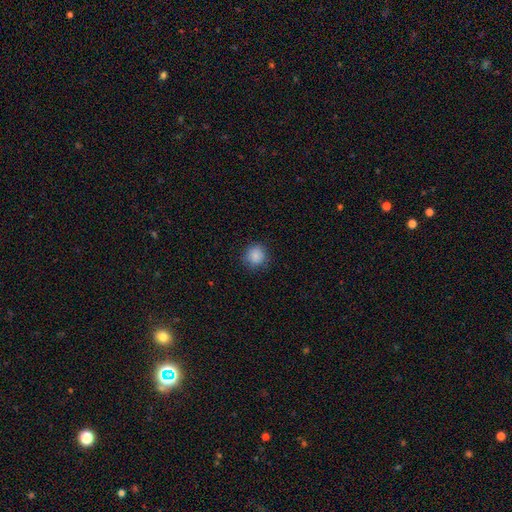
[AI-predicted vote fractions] Smooth or featured: smooth — 87% (star or artifact — 9%)
How rounded: round — 90% (in between — 9%)
Merging: none — 86% (minor disturbance — 10%)